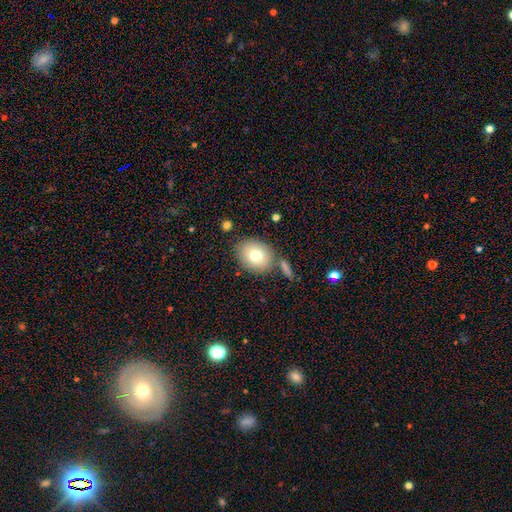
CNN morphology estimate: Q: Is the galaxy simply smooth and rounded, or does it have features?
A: smooth — 75%.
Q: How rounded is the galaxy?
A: in between — 53%.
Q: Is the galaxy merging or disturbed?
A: none — 75%.